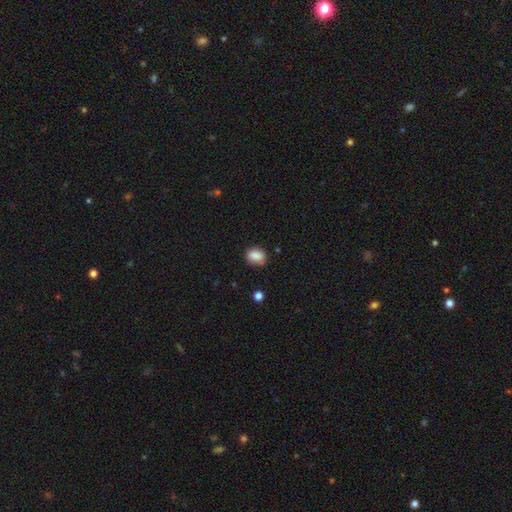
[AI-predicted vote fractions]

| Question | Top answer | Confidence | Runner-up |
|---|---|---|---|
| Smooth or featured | smooth | 86% | star or artifact (9%) |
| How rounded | in between | 69% | round (30%) |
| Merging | none | 74% | minor disturbance (19%) |